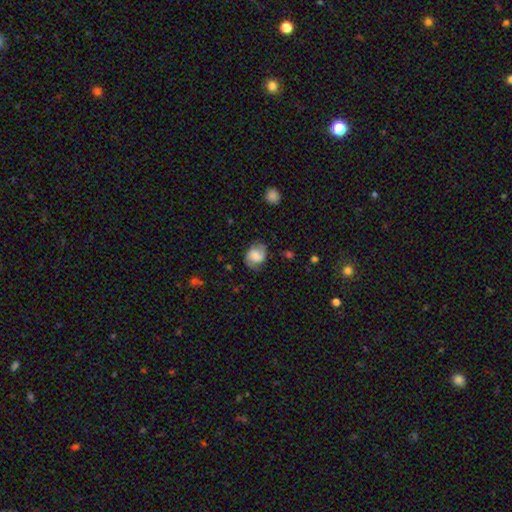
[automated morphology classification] Overall: featured or disk (49%; smooth 43%). Merging: none (68%).